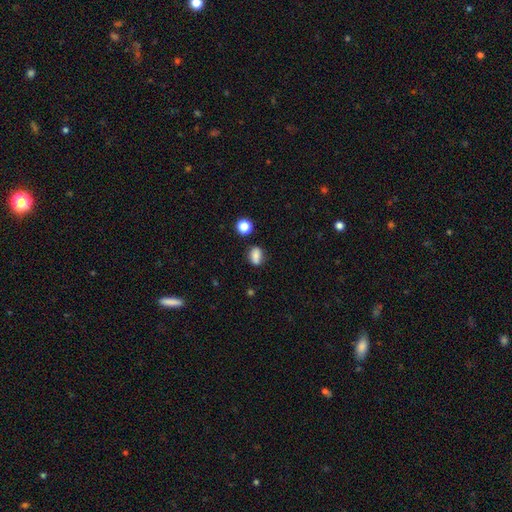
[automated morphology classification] This is likely a smooth galaxy (79%). How rounded: likely in between (67%). Merging: likely none (71%).